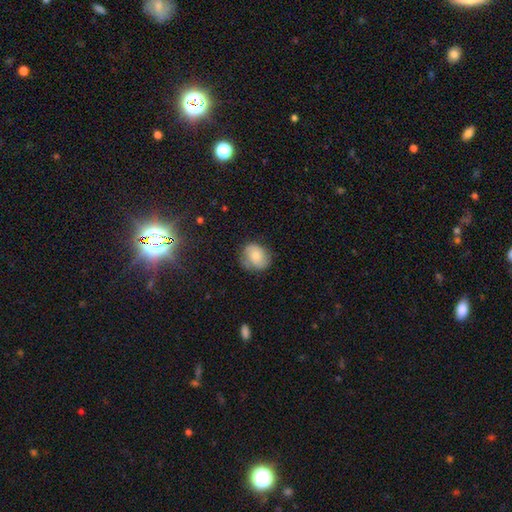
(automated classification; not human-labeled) Overall: smooth (66%). How rounded: round (56%; in between 43%). Merging: none (66%).